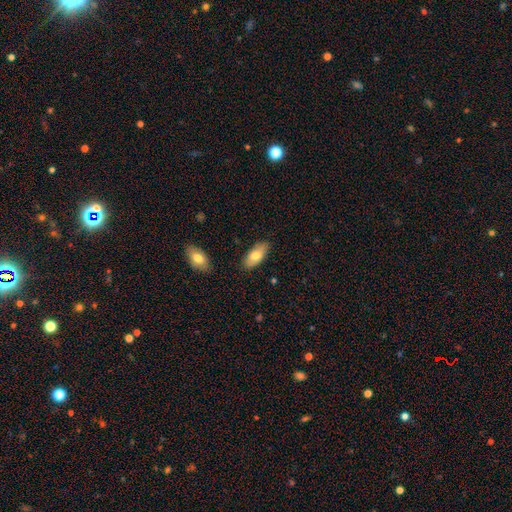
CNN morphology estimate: A smooth galaxy with no disk features (76%) that is in between round and cigar-shaped (87%). Merging: none (84%).